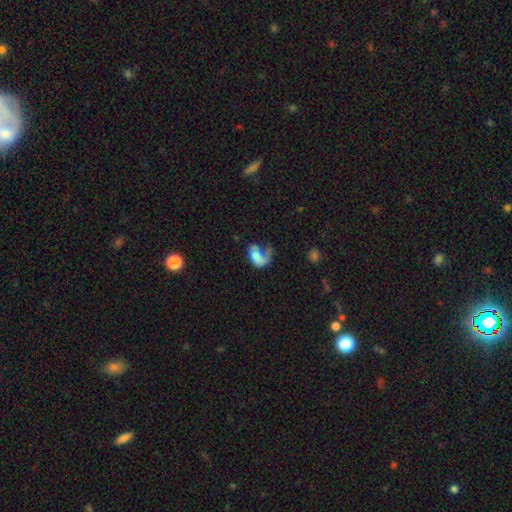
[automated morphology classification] featured or disk 47%, smooth 44%, star or artifact 9%. Down the decision tree: merging — major disturbance (49%).